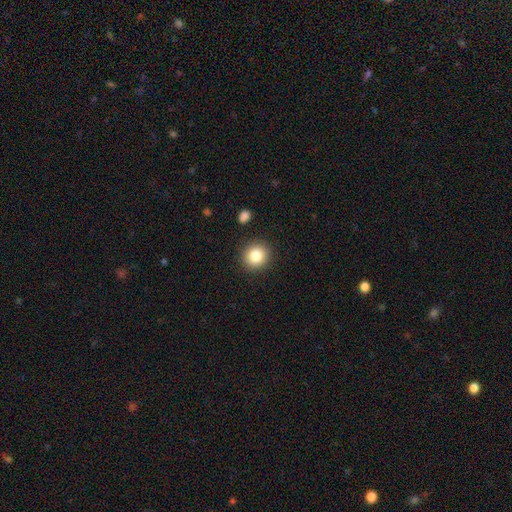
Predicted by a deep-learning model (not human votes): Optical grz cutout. It shows a smooth galaxy with no disk features (83%) that is round (89%). Merging: none (90%).